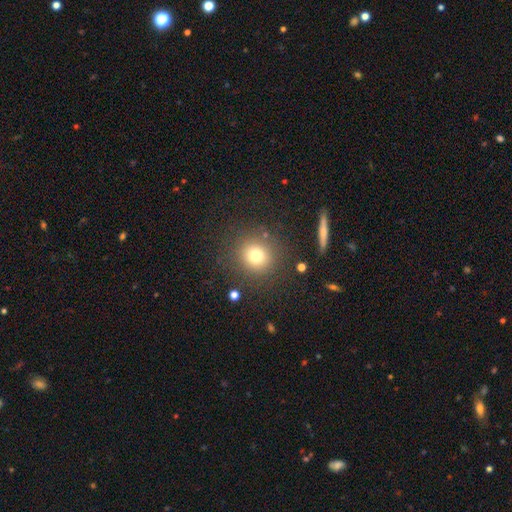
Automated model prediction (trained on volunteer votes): A smooth galaxy with no disk features (75%) that is round (91%).

Vote fractions:
- Smooth or featured? smooth: 75% / star or artifact: 15% / featured or disk: 10%
- How rounded? round: 91% / in between: 8% / cigar-shaped: 1%
- Merging? none: 85% / minor disturbance: 8% / major disturbance: 4% / merger: 3%